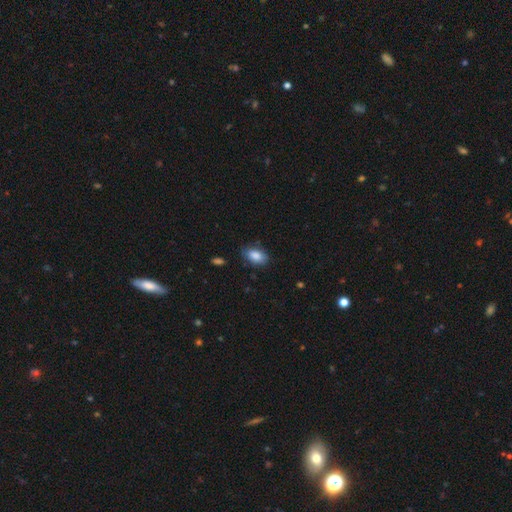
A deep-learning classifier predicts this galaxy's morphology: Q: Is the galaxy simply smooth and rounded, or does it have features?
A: smooth — 87%.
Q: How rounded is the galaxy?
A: in between — 91%.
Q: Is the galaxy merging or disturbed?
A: none — 79%.